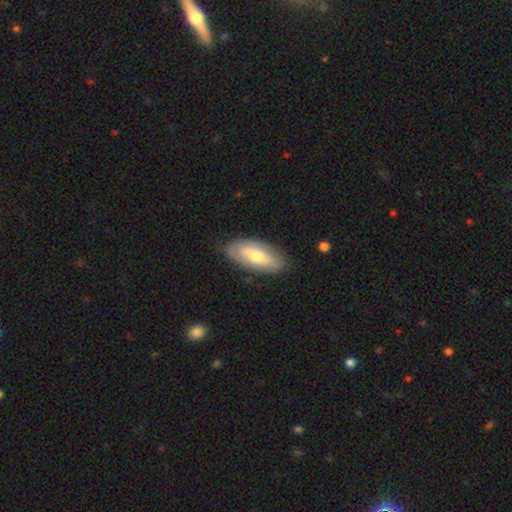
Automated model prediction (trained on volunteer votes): Smooth or featured? smooth (53%)
How rounded? in between (84%)
Merging? none (82%)